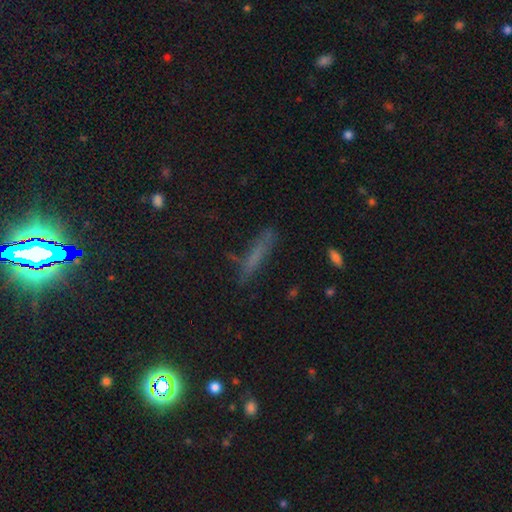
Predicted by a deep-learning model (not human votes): smooth_or_featured: smooth (p=0.58) [alt: featured or disk p=0.23]
how_rounded: cigar-shaped (p=0.83) [alt: in between p=0.13]
merging: none (p=0.71) [alt: minor disturbance p=0.19]